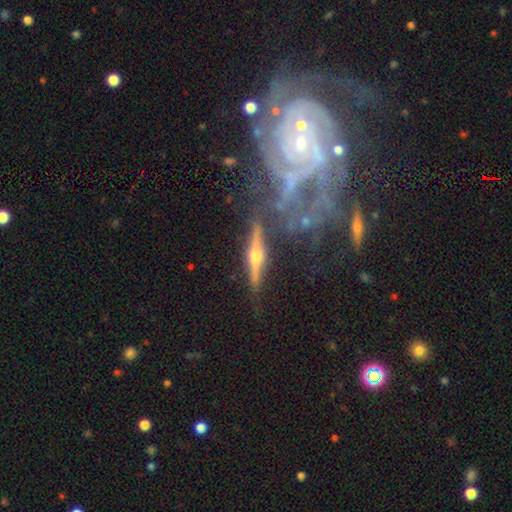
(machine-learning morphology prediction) A featured or disk galaxy (80%) viewed edge-on (94%) with a rounded central bulge (94%).

Vote fractions:
- Smooth or featured? featured or disk: 80% / smooth: 12% / star or artifact: 7%
- Edge-on disk? yes: 94% / no: 6%
- Edge-on bulge? rounded: 94% / boxy: 3% / none: 3%
- Merging? none: 78% / minor disturbance: 12% / merger: 5% / major disturbance: 4%